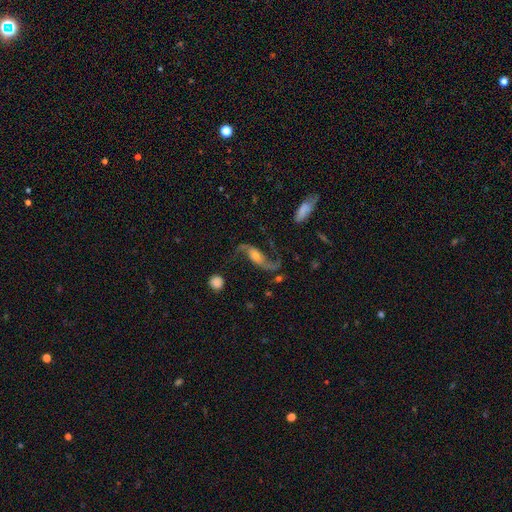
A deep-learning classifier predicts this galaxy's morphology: A featured or disk galaxy (87%) with no bar (50%), 2 (94%) loose (84%) spiral arms (96%) and a moderate central bulge (50%). Merging: none (72%).